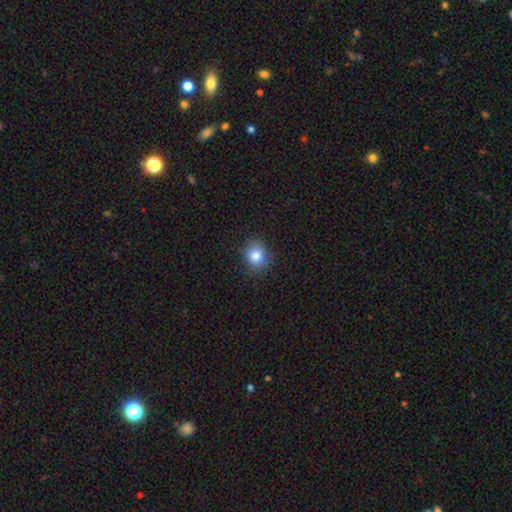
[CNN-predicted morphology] Q: Smooth or featured?
A: smooth (82%); runner-up: star or artifact (10%)
Q: How rounded?
A: round (67%); runner-up: in between (32%)
Q: Merging?
A: none (82%); runner-up: minor disturbance (14%)